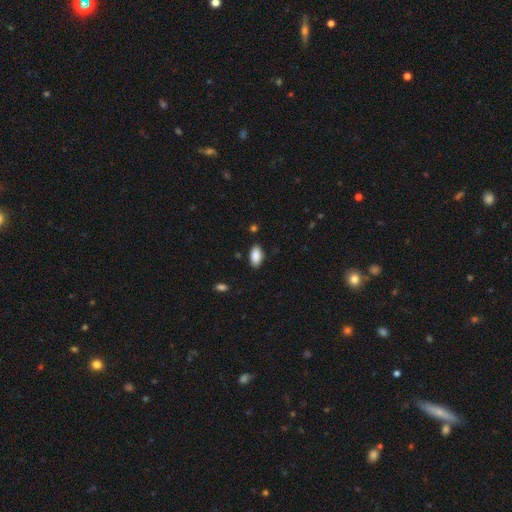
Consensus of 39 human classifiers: A smooth galaxy with no disk features (90%) that is in between round and cigar-shaped (86%).

Vote fractions:
- Smooth or featured? smooth: 90% / featured or disk: 5% / star or artifact: 5%
- How rounded? in between: 86% / round: 9% / cigar-shaped: 6%
- Merging? none: 84% / minor disturbance: 16% / major disturbance: 0% / merger: 0%